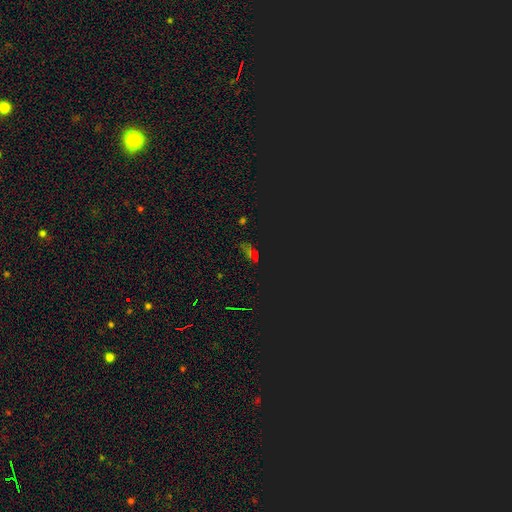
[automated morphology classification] smooth-or-featured: star or artifact: 70% | smooth: 22% | featured or disk: 8%